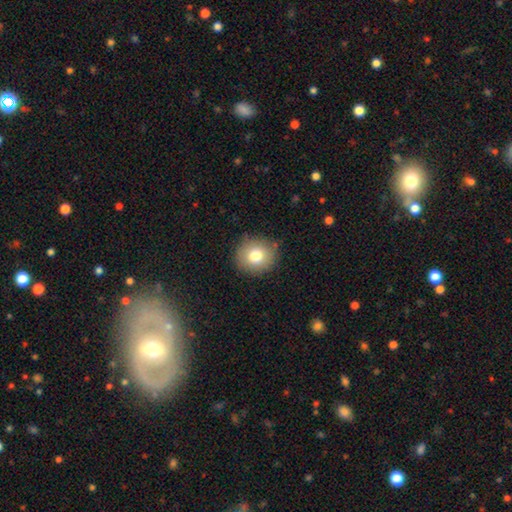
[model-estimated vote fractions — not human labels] Smooth or featured? Predicted: smooth (p=0.78). How rounded? Predicted: round (p=0.84). Merging? Predicted: none (p=0.87).